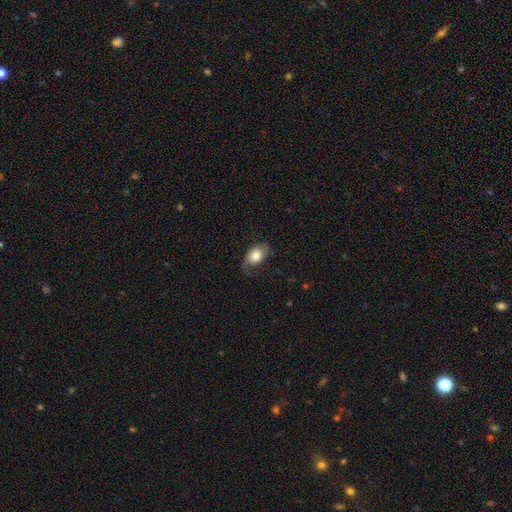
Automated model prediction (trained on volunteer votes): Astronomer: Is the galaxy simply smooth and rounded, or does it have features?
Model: smooth — 71%.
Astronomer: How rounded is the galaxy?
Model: in between — 75%.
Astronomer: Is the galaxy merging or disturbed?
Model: none — 46% (runner-up: minor disturbance, 30%).